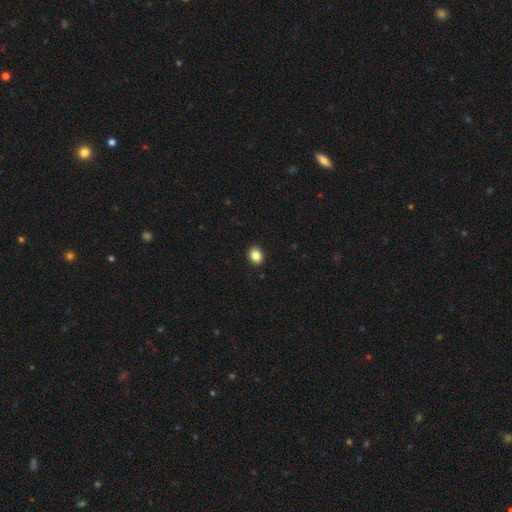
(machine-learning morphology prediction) type=smooth (86%); roundness=in between (51%); merging=none (91%).